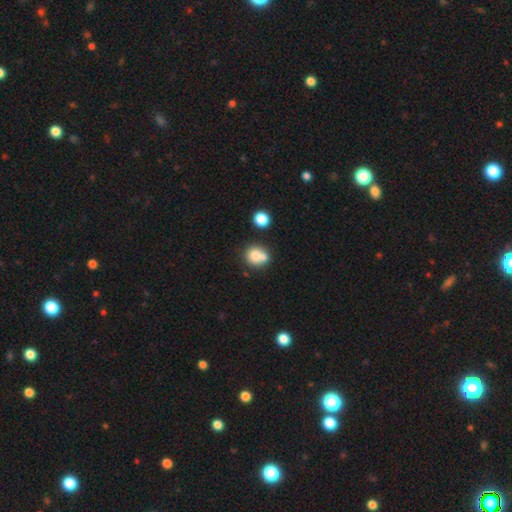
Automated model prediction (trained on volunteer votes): Smooth or featured? smooth (76%)
How rounded? round (81%)
Merging? none (46%)